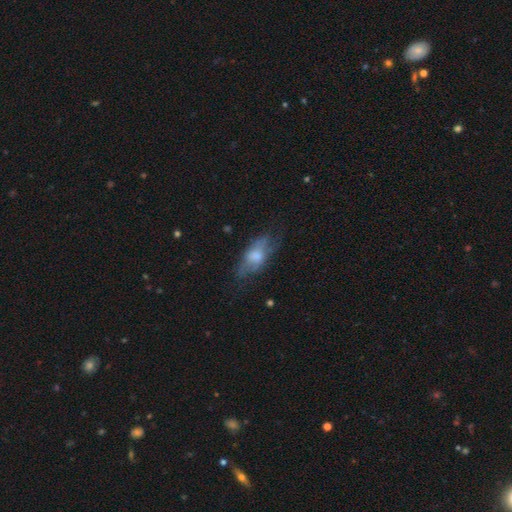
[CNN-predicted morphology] Smooth or featured: smooth — 51% (featured or disk — 40%)
How rounded: in between — 80% (cigar-shaped — 16%)
Merging: none — 50% (minor disturbance — 28%)